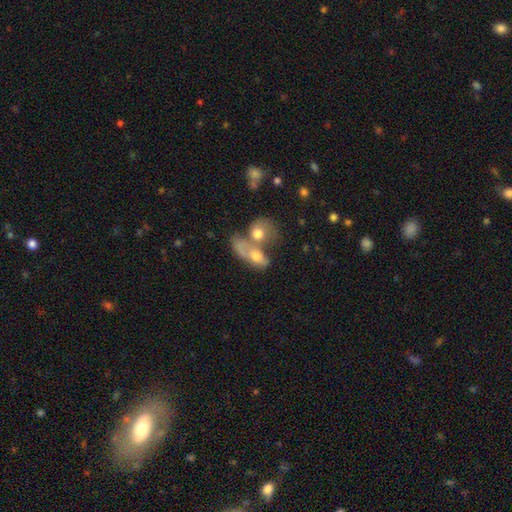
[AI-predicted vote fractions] The model was most divided on "smooth or featured": smooth: 60%, featured or disk: 32%, star or artifact: 9%. More confident: how rounded — in between (69%); merging — merger (67%).